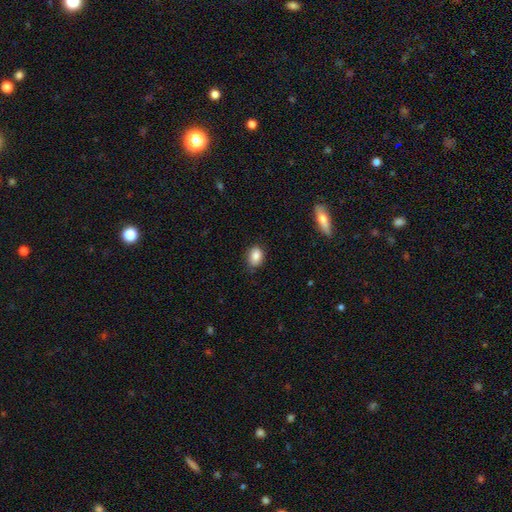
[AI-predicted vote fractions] Overall: smooth (86%). How rounded: in between (74%). Merging: none (77%).